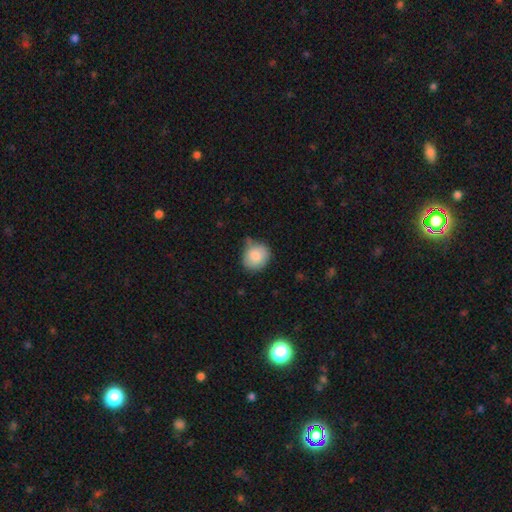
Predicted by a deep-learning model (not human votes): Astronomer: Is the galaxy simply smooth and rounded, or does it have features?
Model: smooth — 83%.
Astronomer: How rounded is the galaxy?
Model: round — 76%.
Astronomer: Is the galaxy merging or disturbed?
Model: none — 61%.